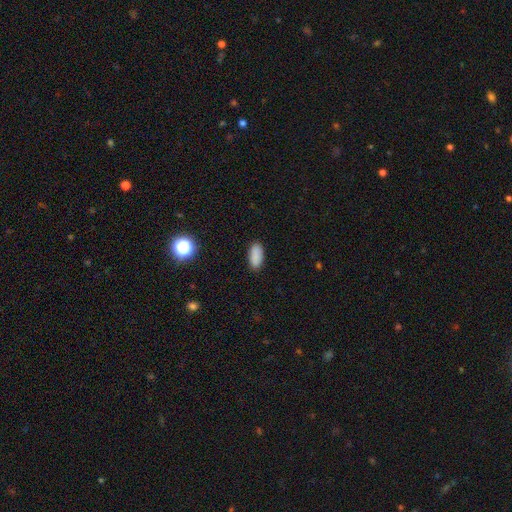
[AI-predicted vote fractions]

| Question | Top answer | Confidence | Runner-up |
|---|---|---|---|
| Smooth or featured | smooth | 87% | star or artifact (9%) |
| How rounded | in between | 88% | cigar-shaped (9%) |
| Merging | none | 88% | minor disturbance (9%) |